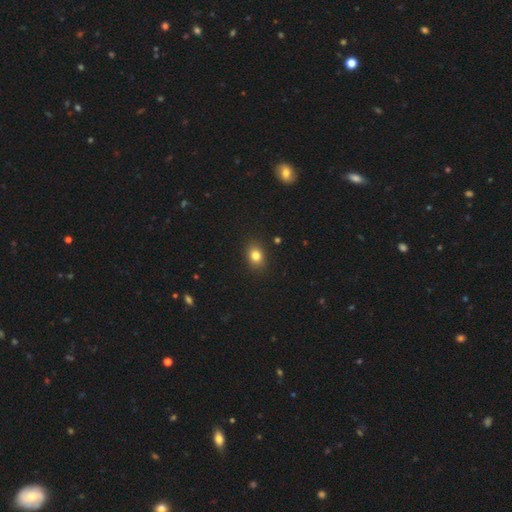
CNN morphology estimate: smooth_or_featured: smooth (p=0.82) [alt: star or artifact p=0.12]
how_rounded: in between (p=0.53) [alt: round p=0.46]
merging: none (p=0.88) [alt: minor disturbance p=0.09]